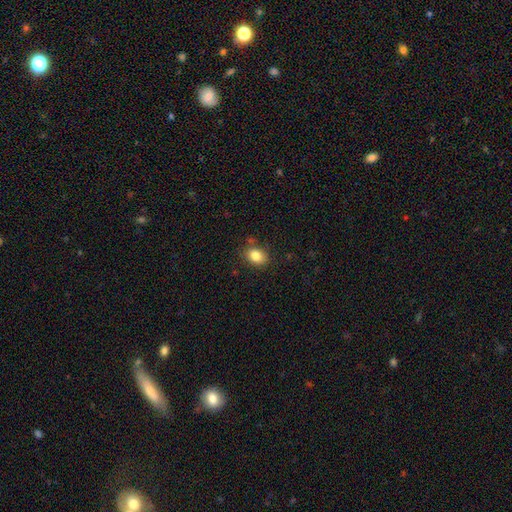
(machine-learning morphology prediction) Smooth or featured? Predicted: smooth (p=0.84). How rounded? Predicted: in between (p=0.63). Merging? Predicted: none (p=0.81).